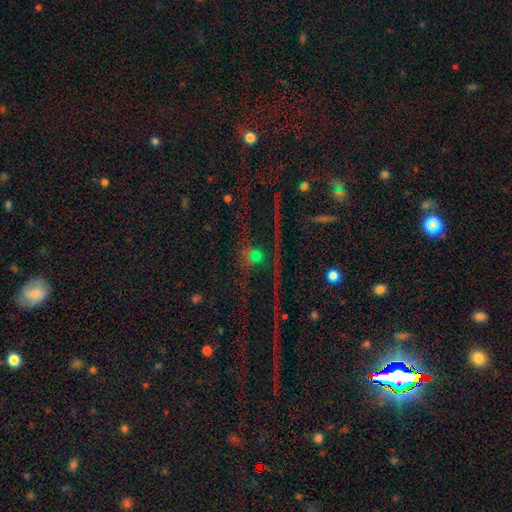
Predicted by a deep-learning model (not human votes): Morphology: type=star or artifact (62%).